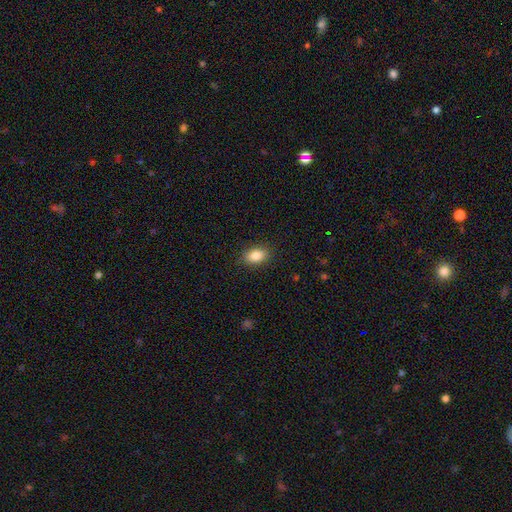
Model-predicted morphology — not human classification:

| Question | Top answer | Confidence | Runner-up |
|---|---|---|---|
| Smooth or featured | smooth | 86% | star or artifact (8%) |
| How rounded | in between | 87% | round (12%) |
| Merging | none | 88% | minor disturbance (9%) |